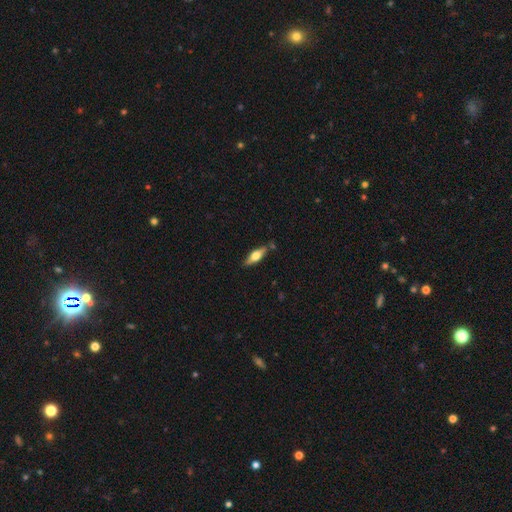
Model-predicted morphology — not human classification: This is possibly a featured or disk galaxy (48%). Merging: likely none (78%).